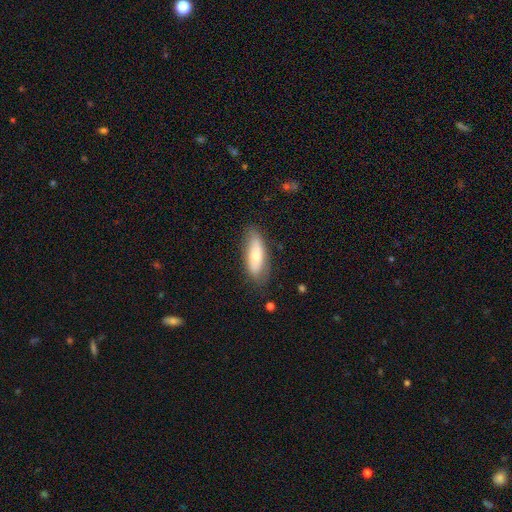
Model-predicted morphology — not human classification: A smooth galaxy with no disk features (64%) that is in between round and cigar-shaped (65%).

Vote fractions:
- Smooth or featured? smooth: 64% / featured or disk: 30% / star or artifact: 6%
- How rounded? in between: 65% / cigar-shaped: 33% / round: 2%
- Merging? none: 79% / minor disturbance: 16% / major disturbance: 4% / merger: 1%